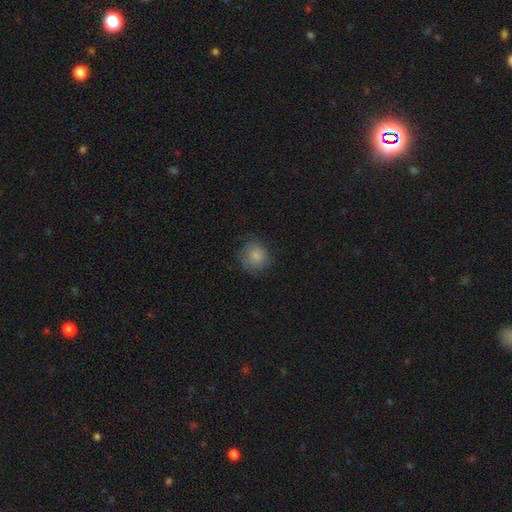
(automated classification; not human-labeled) smooth 82%, featured or disk 9%, star or artifact 9%. Down the decision tree: how rounded — round (84%); merging — none (73%).